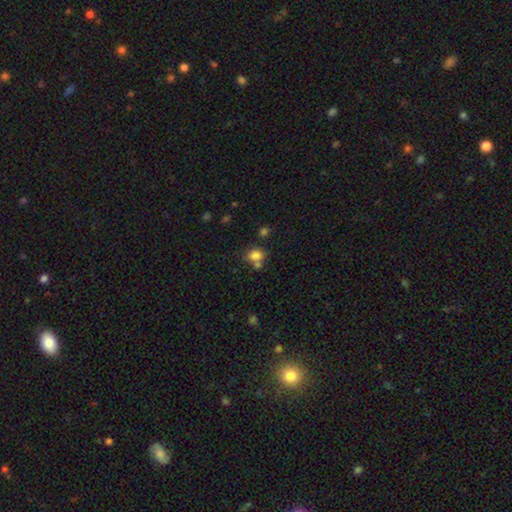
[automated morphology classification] type=smooth (79%); roundness=round (50%); merging=none (54%).